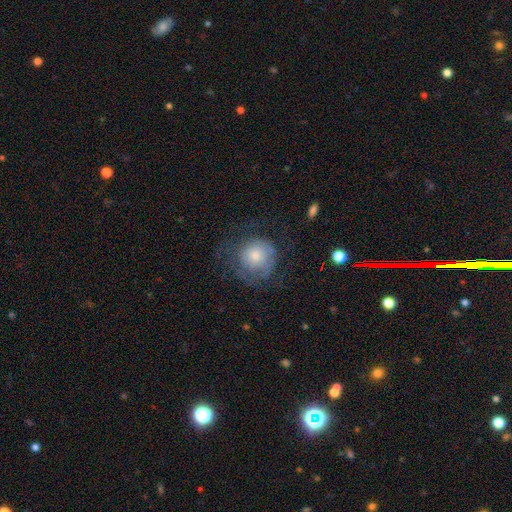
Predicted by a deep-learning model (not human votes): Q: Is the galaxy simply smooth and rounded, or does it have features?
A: smooth — 63%.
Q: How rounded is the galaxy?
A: round — 89%.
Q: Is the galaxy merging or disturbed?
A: none — 49%.